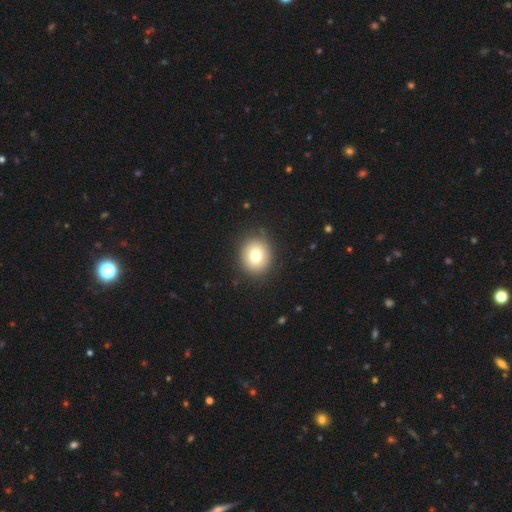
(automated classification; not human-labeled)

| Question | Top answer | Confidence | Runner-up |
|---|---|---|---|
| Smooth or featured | smooth | 76% | featured or disk (14%) |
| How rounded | round | 80% | in between (19%) |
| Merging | none | 89% | minor disturbance (8%) |